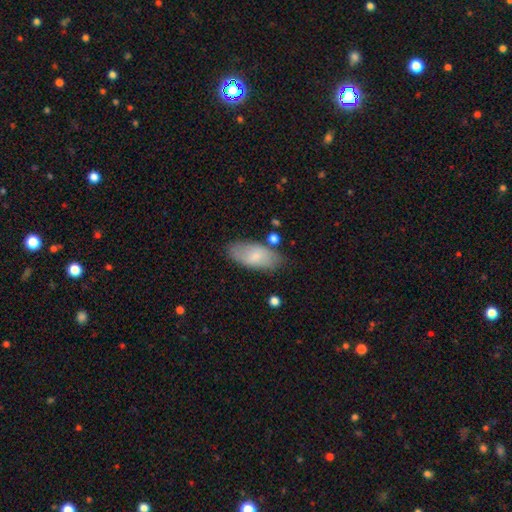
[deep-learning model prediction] Smooth or featured: smooth — 74% (featured or disk — 19%)
How rounded: in between — 90% (cigar-shaped — 7%)
Merging: none — 73% (minor disturbance — 19%)